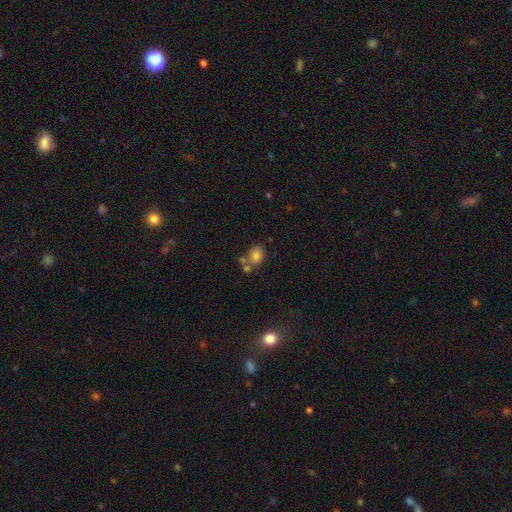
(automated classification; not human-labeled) Q: Smooth or featured?
A: smooth (77%); runner-up: star or artifact (12%)
Q: How rounded?
A: in between (60%); runner-up: round (39%)
Q: Merging?
A: none (51%); runner-up: merger (29%)